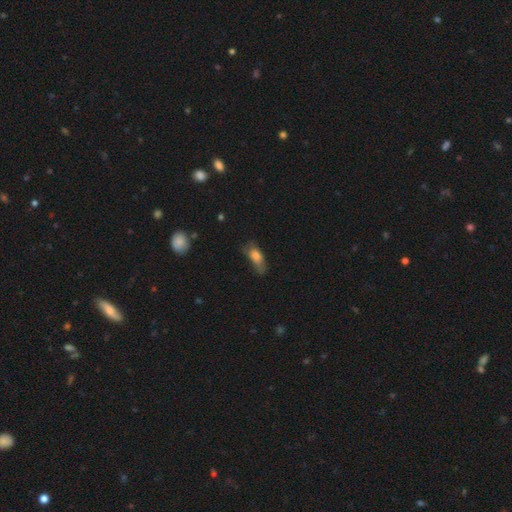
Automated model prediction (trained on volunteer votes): Q: Smooth or featured?
A: smooth (71%); runner-up: featured or disk (20%)
Q: How rounded?
A: in between (74%); runner-up: cigar-shaped (21%)
Q: Merging?
A: none (37%); runner-up: minor disturbance (35%)